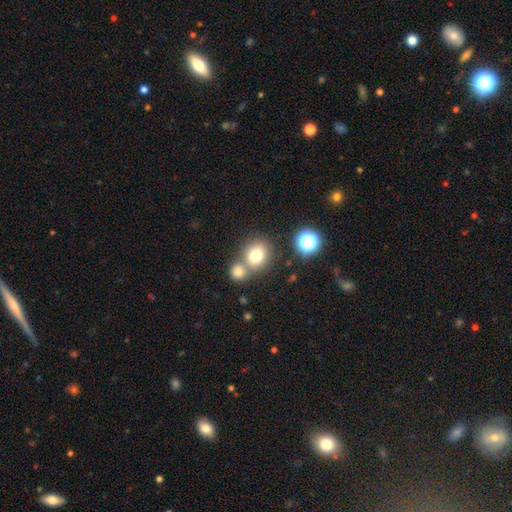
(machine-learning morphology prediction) The model was most divided on "merging": none: 54%, merger: 35%, minor disturbance: 8%, major disturbance: 3%. More confident: smooth or featured — smooth (77%); how rounded — round (75%).